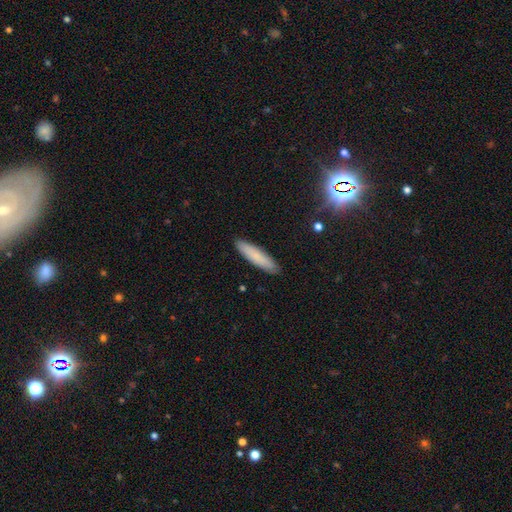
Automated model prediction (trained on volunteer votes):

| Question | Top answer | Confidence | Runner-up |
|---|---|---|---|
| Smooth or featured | smooth | 80% | featured or disk (13%) |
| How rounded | cigar-shaped | 82% | in between (16%) |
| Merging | none | 91% | minor disturbance (7%) |